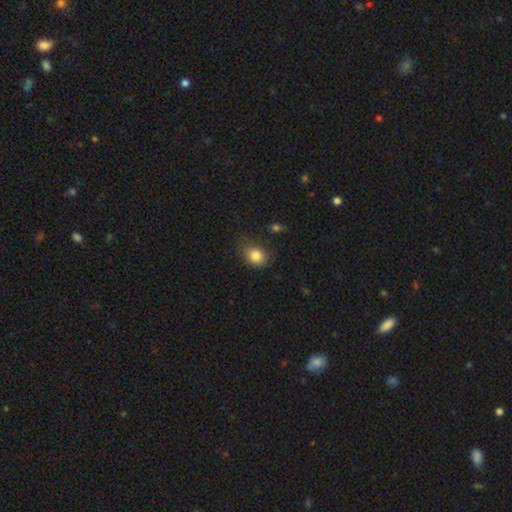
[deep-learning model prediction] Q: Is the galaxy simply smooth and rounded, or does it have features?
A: smooth — 82%.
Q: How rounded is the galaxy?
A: round — 58%.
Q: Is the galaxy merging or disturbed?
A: none — 67%.